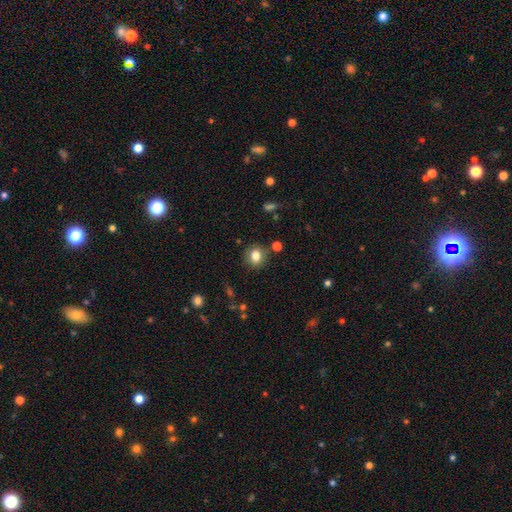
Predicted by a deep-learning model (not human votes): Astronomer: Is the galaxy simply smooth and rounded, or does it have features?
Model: smooth — 81%.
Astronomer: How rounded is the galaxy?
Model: round — 70%.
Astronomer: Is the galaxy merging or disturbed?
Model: none — 84%.